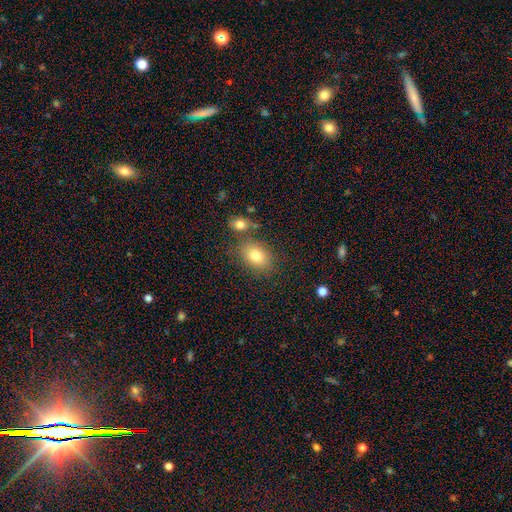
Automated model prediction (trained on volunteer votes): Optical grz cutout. It shows a smooth galaxy with no disk features (80%) that is in between round and cigar-shaped (75%). Merging: none (71%).